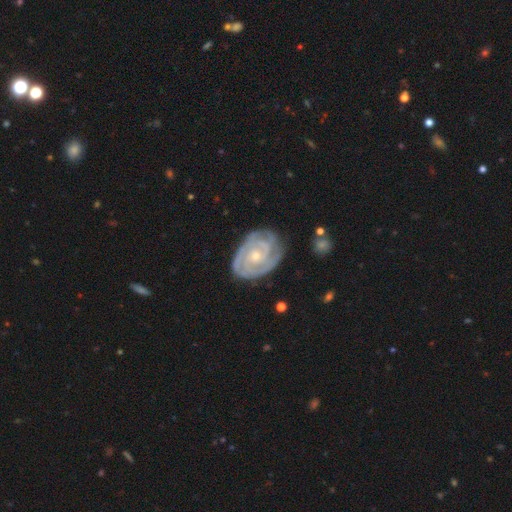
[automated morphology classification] The model was most divided on "spiral arm count": 2: 36%, 3: 26%, can't tell: 20%, 4: 8%, 1: 5%, more than 4: 5%. More confident: edge-on disk — no (97%); spiral arms — yes (96%); smooth or featured — featured or disk (87%); spiral winding — tight (78%); bar — no (75%); merging — none (74%); bulge size — small (68%).